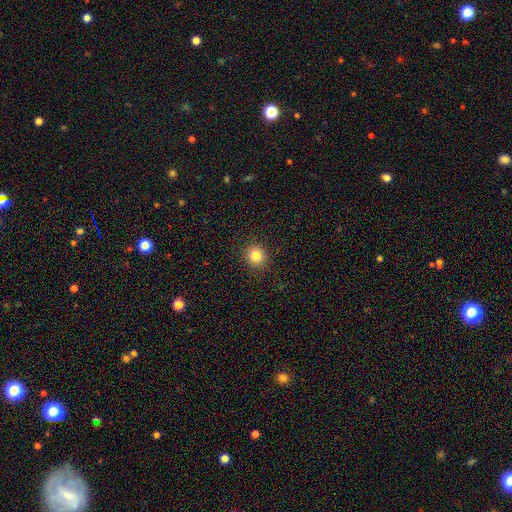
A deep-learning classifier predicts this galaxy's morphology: Overall: smooth (83%). How rounded: round (84%). Merging: none (91%).